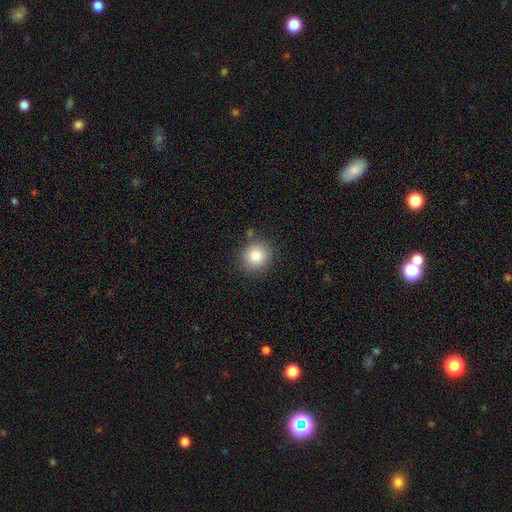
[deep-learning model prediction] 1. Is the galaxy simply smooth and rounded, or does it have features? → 84% smooth, 10% star or artifact, 7% featured or disk.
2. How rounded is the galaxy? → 87% round, 12% in between, 1% cigar-shaped.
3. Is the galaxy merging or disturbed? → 85% none, 10% minor disturbance, 3% merger, 3% major disturbance.